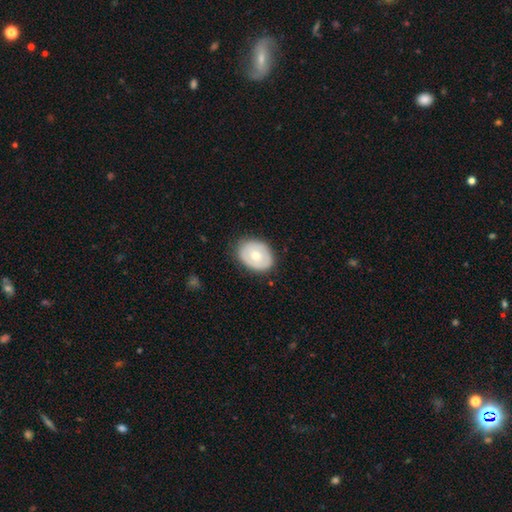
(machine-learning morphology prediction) This is possibly a smooth galaxy (58%). How rounded: likely in between (63%). Merging: clearly none (81%).